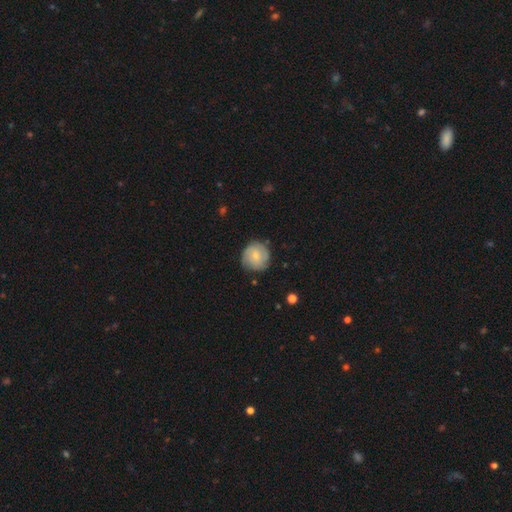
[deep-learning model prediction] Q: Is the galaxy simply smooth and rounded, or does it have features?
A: smooth — 51%.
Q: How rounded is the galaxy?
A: round — 91%.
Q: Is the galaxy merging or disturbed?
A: none — 77%.